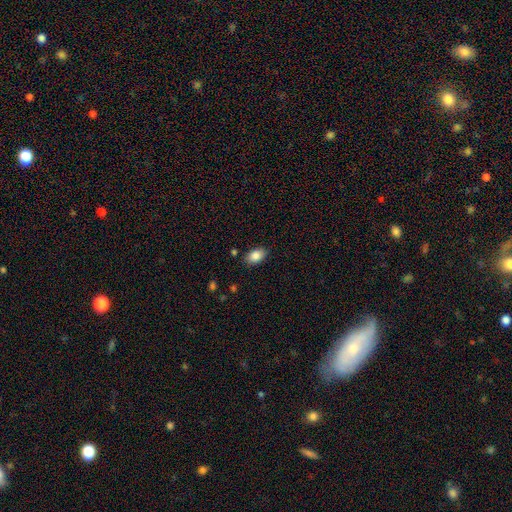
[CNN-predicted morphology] smooth 85%, star or artifact 7%, featured or disk 7%. Down the decision tree: how rounded — in between (90%); merging — none (85%).